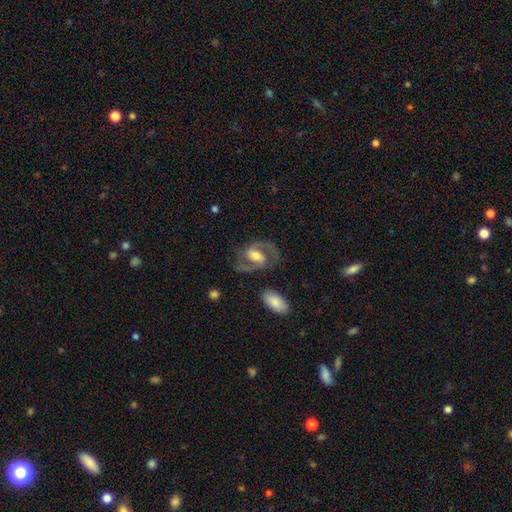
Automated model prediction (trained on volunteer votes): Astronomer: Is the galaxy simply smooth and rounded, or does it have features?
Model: featured or disk — 87%.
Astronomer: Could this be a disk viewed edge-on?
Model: no — 97%.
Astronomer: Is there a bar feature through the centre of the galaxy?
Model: weak — 45% (runner-up: strong, 30%).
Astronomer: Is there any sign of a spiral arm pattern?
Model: yes — 96%.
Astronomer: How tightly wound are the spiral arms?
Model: medium — 63%.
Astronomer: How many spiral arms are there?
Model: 2 — 93%.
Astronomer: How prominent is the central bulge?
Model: moderate — 62%.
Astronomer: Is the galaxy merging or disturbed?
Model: none — 75%.